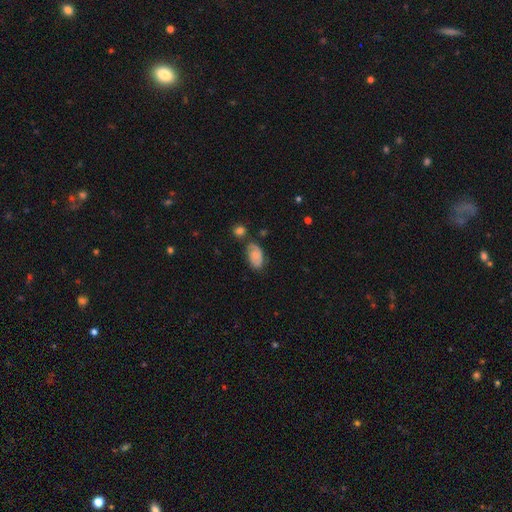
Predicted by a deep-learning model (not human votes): smooth_or_featured: smooth (p=0.56) [alt: featured or disk p=0.35]
how_rounded: in between (p=0.91) [alt: round p=0.06]
merging: none (p=0.56) [alt: minor disturbance p=0.26]